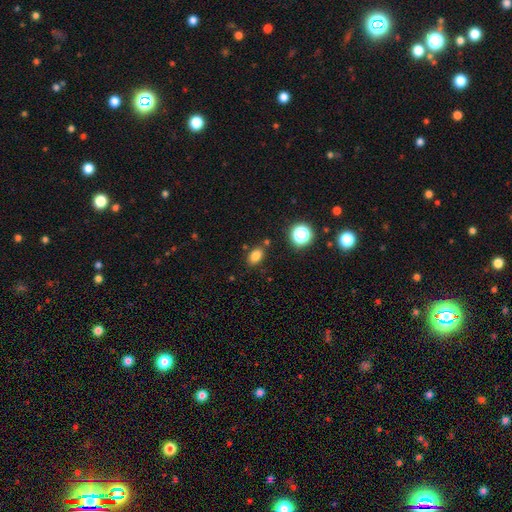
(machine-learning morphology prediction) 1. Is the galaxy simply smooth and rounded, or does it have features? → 81% smooth, 14% star or artifact, 6% featured or disk.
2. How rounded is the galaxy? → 79% in between, 19% round, 2% cigar-shaped.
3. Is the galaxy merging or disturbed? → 80% none, 11% minor disturbance, 6% merger, 3% major disturbance.